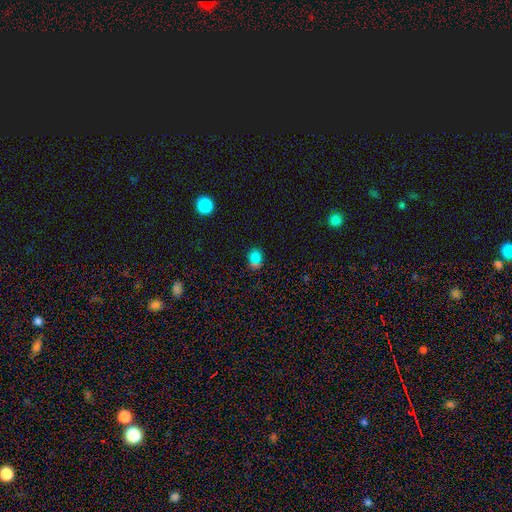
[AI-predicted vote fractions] smooth-or-featured: smooth: 71% | star or artifact: 22% | featured or disk: 7%
  how-rounded: round: 60% | in between: 38% | cigar-shaped: 2%
  merging: none: 69% | merger: 15% | minor disturbance: 12% | major disturbance: 4%